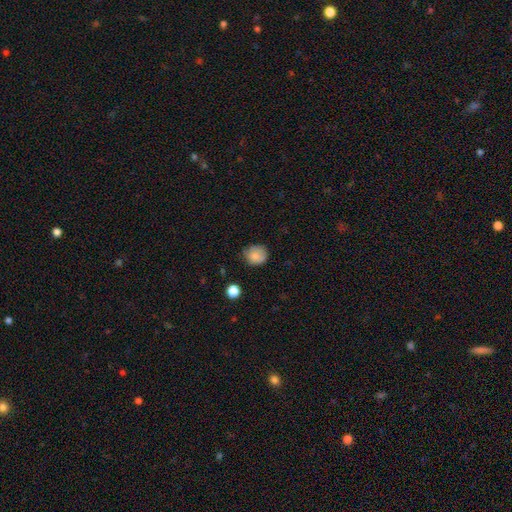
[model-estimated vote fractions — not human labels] This is clearly a smooth galaxy (82%). How rounded: likely round (78%). Merging: likely none (70%).